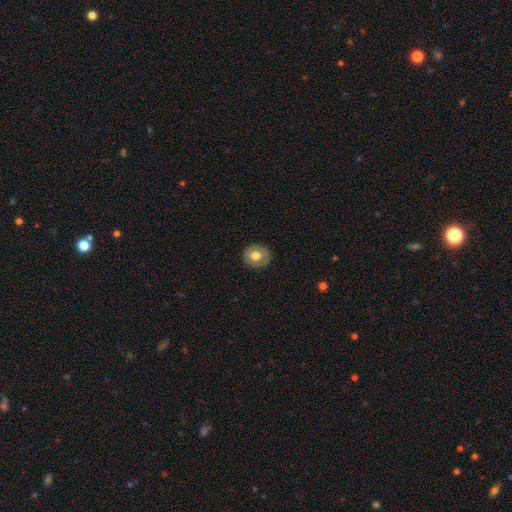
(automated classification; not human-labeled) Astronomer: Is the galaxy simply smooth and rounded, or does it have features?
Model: smooth — 68%.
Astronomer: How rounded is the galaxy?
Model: round — 80%.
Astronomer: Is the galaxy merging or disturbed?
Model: none — 87%.